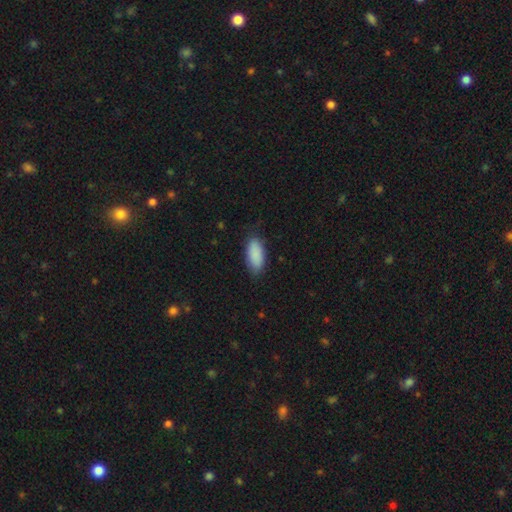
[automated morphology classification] smooth-or-featured: smooth: 89% | star or artifact: 6% | featured or disk: 5%
  how-rounded: in between: 87% | cigar-shaped: 11% | round: 2%
  merging: none: 80% | minor disturbance: 16% | major disturbance: 3% | merger: 1%